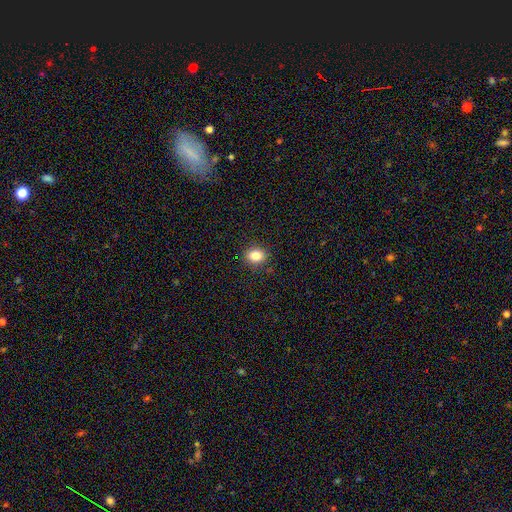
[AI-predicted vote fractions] Q: Smooth or featured?
A: smooth (83%); runner-up: star or artifact (10%)
Q: How rounded?
A: in between (53%); runner-up: round (46%)
Q: Merging?
A: none (88%); runner-up: minor disturbance (8%)